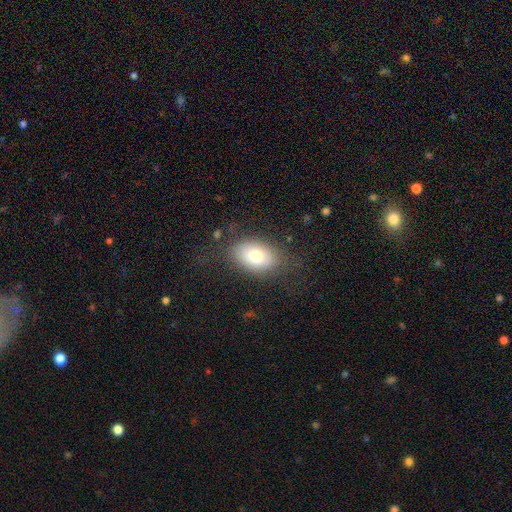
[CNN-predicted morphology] This is likely a smooth galaxy (75%). How rounded: clearly in between (87%). Merging: likely none (77%).